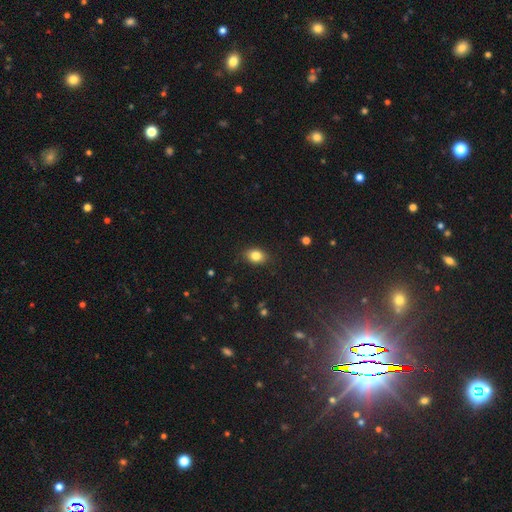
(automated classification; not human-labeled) Q: Smooth or featured?
A: smooth (83%); runner-up: star or artifact (10%)
Q: How rounded?
A: in between (72%); runner-up: round (27%)
Q: Merging?
A: none (85%); runner-up: minor disturbance (11%)